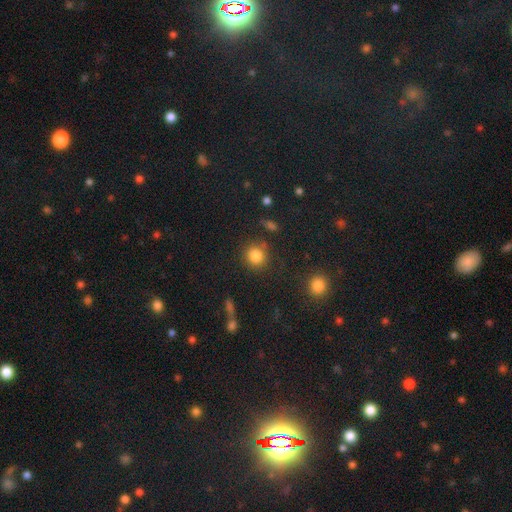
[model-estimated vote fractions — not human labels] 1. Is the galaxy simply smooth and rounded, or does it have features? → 83% smooth, 11% star or artifact, 5% featured or disk.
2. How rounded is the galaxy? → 87% round, 12% in between, 1% cigar-shaped.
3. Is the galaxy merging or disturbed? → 81% none, 10% minor disturbance, 5% merger, 4% major disturbance.